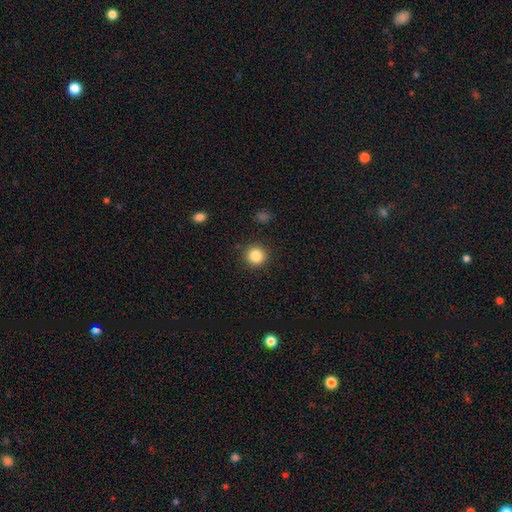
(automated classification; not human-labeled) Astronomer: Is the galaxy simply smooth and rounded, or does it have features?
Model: smooth — 84%.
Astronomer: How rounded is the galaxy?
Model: round — 94%.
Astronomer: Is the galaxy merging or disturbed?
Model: none — 91%.